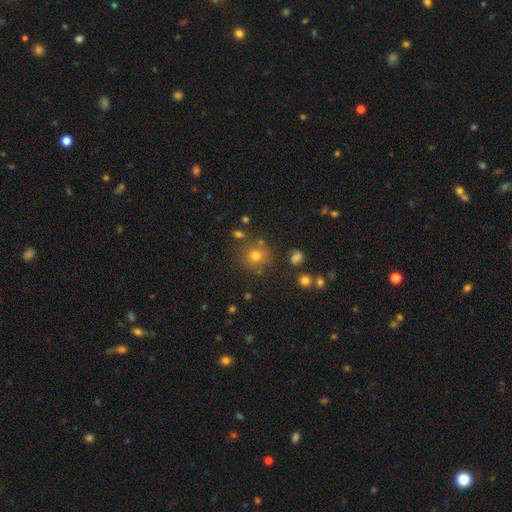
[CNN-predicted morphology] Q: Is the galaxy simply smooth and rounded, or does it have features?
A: smooth — 74%.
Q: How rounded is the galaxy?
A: round — 91%.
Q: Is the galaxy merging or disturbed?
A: none — 80%.